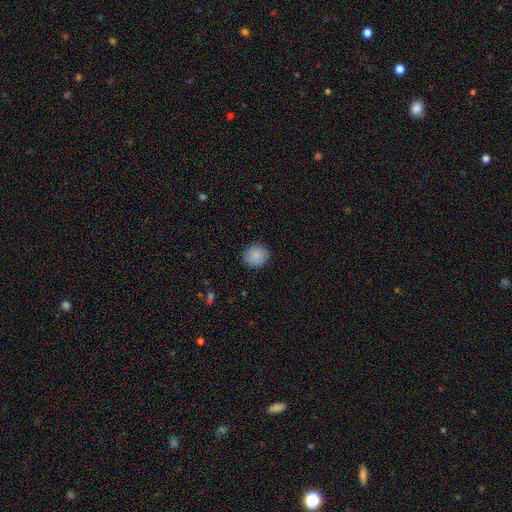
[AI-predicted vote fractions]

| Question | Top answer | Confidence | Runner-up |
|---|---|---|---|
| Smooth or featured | smooth | 88% | star or artifact (8%) |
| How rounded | round | 86% | in between (13%) |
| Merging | none | 89% | minor disturbance (8%) |